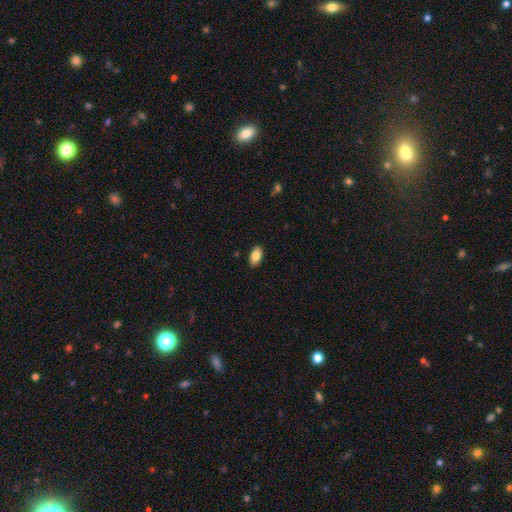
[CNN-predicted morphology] Smooth or featured?
  - smooth: 84% *
  - featured or disk: 9%
  - star or artifact: 7%
How rounded?
  - in between: 93% *
  - round: 4%
  - cigar-shaped: 3%
Merging?
  - none: 89% *
  - minor disturbance: 8%
  - major disturbance: 2%
  - merger: 1%